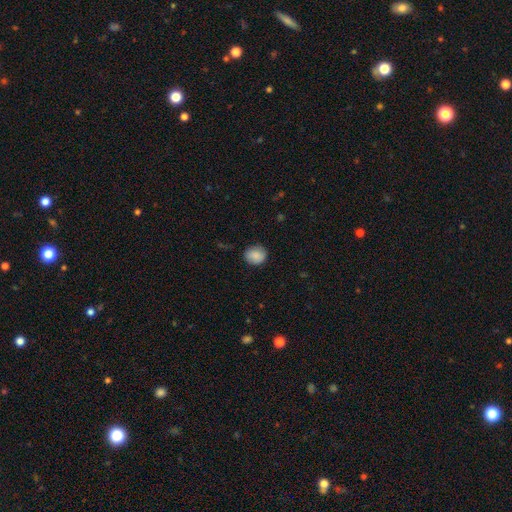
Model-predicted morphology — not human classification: Smooth or featured? smooth (86%)
How rounded? round (70%)
Merging? none (80%)